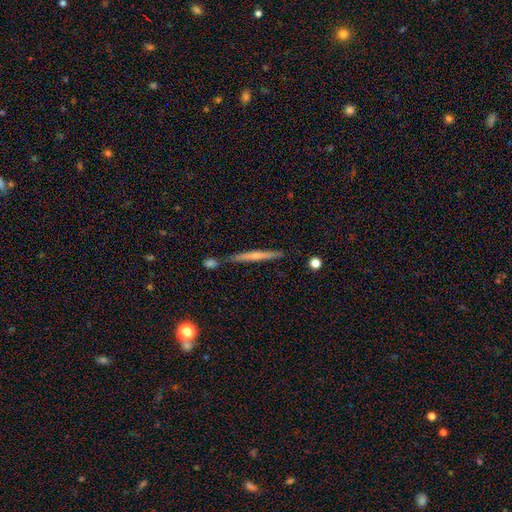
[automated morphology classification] This is possibly a featured or disk galaxy (51%). It is clearly viewed edge-on (95%). Merging: likely none (77%).